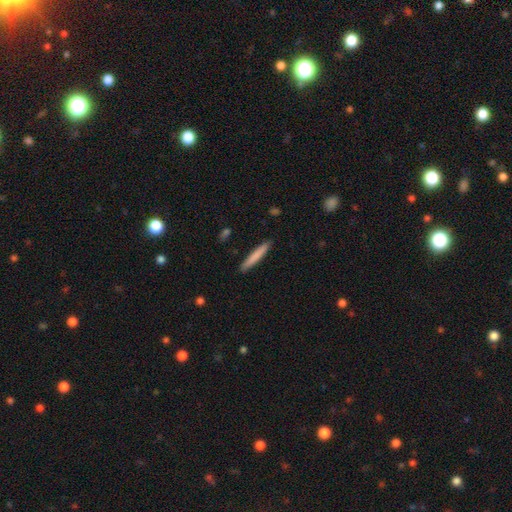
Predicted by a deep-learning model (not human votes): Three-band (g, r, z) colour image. It shows a smooth galaxy with no disk features (78%) that is cigar-shaped (95%). Merging: none (91%).